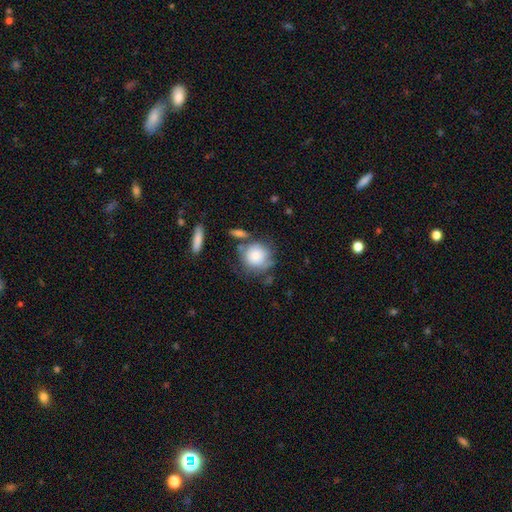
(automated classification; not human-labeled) Smooth or featured?
  - smooth: 78% *
  - featured or disk: 14%
  - star or artifact: 7%
How rounded?
  - round: 86% *
  - in between: 13%
  - cigar-shaped: 1%
Merging?
  - none: 53% *
  - minor disturbance: 22%
  - merger: 14%
  - major disturbance: 11%